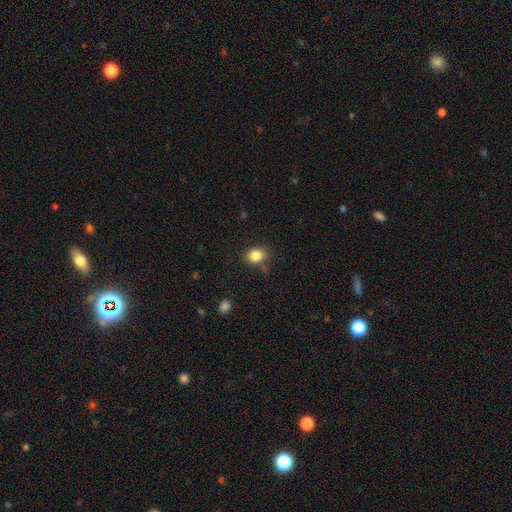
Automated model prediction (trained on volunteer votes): Smooth or featured? Predicted: smooth (p=0.84). How rounded? Predicted: in between (p=0.56). Merging? Predicted: none (p=0.73).